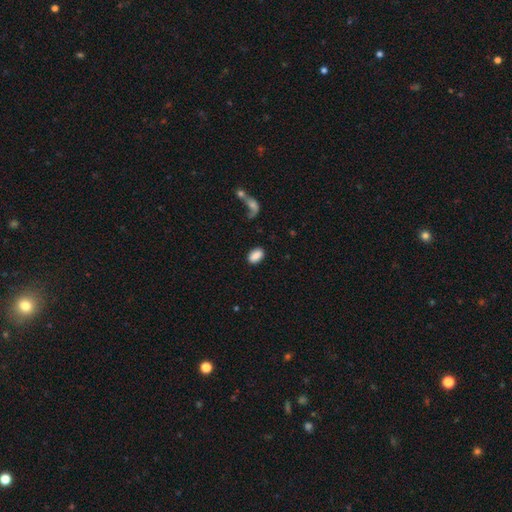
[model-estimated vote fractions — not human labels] The model was most divided on "merging": none: 81%, minor disturbance: 10%, major disturbance: 5%, merger: 4%. More confident: how rounded — in between (90%); smooth or featured — smooth (86%).